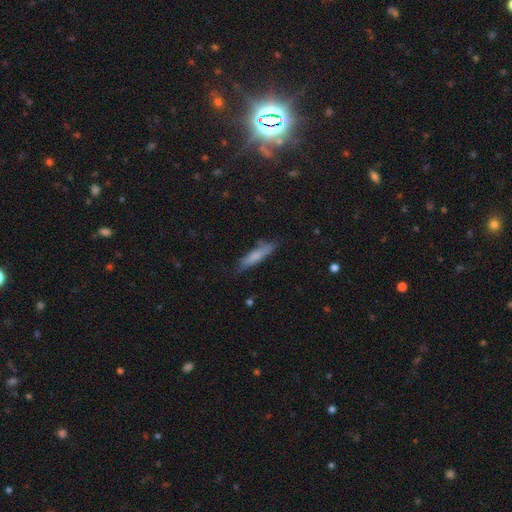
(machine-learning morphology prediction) Smooth or featured?
  - smooth: 71% *
  - featured or disk: 22%
  - star or artifact: 7%
How rounded?
  - cigar-shaped: 86% *
  - in between: 13%
  - round: 1%
Merging?
  - none: 79% *
  - minor disturbance: 16%
  - major disturbance: 3%
  - merger: 2%